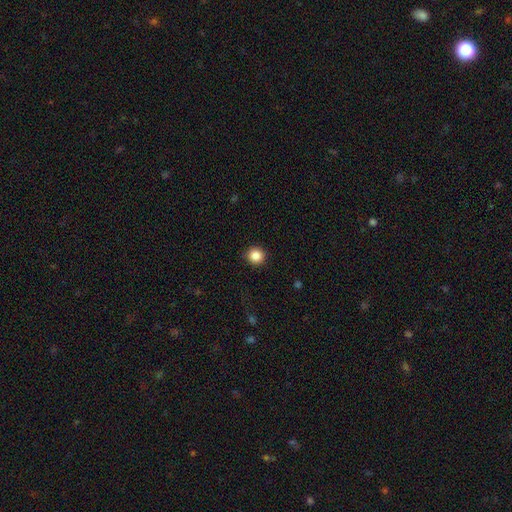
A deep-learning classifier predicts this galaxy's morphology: Smooth or featured?
  - smooth: 86% *
  - star or artifact: 10%
  - featured or disk: 4%
How rounded?
  - round: 93% *
  - in between: 6%
  - cigar-shaped: 1%
Merging?
  - none: 92% *
  - minor disturbance: 6%
  - major disturbance: 2%
  - merger: 1%